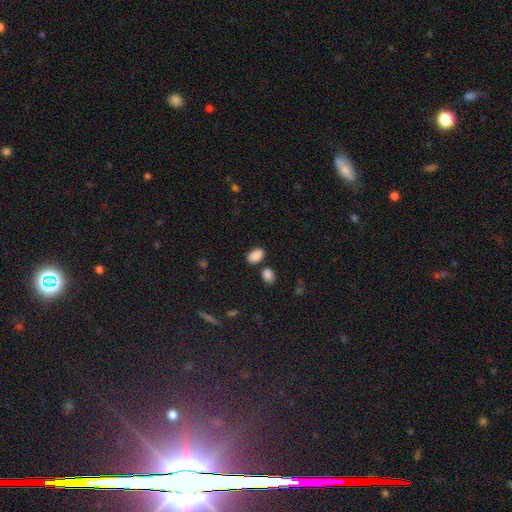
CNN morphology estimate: Q: Smooth or featured?
A: smooth (87%); runner-up: star or artifact (9%)
Q: How rounded?
A: in between (88%); runner-up: round (10%)
Q: Merging?
A: none (76%); runner-up: minor disturbance (11%)